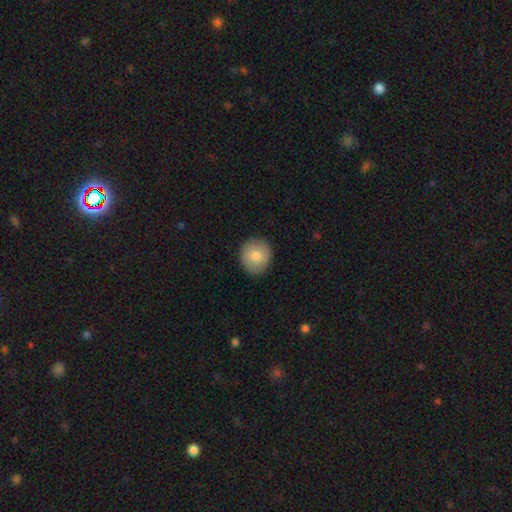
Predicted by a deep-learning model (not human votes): smooth_or_featured: smooth (p=0.81) [alt: featured or disk p=0.12]
how_rounded: round (p=0.88) [alt: in between p=0.11]
merging: none (p=0.90) [alt: minor disturbance p=0.08]